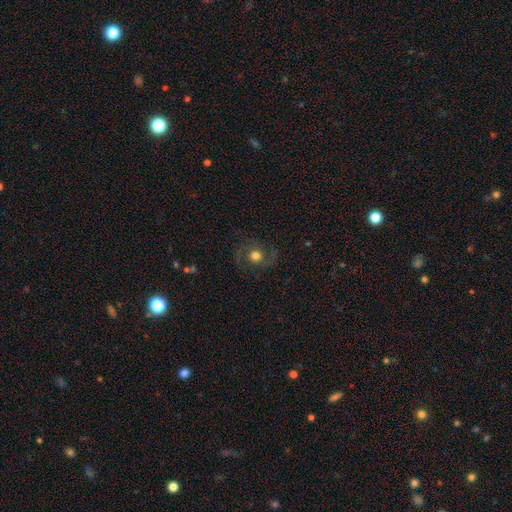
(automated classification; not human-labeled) Overall: featured or disk (62%; smooth 27%). Edge-on disk: no (97%). Bar: no (78%). Spiral arms: yes (85%). Spiral arm count: 2 (84%). Spiral winding: medium (53%; loose 26%). Bulge size: moderate (63%; large 24%). Merging: none (78%).